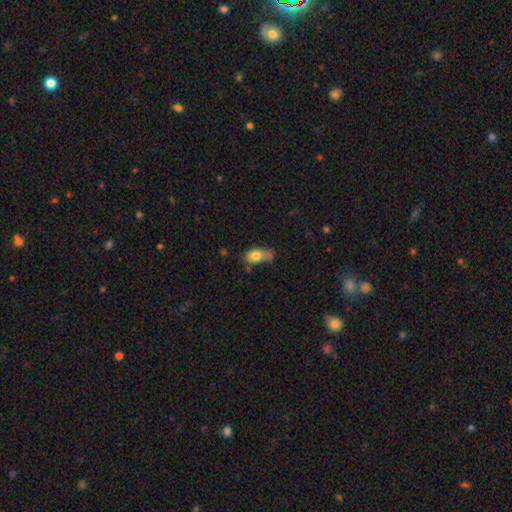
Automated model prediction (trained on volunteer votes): smooth 76%, featured or disk 16%, star or artifact 8%. Down the decision tree: how rounded — in between (82%); merging — minor disturbance (33%).